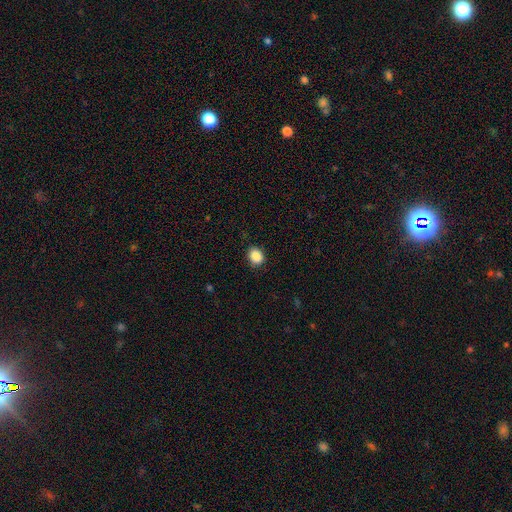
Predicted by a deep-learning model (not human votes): A smooth galaxy with no disk features (88%) that is round (51%). Merging: none (85%).